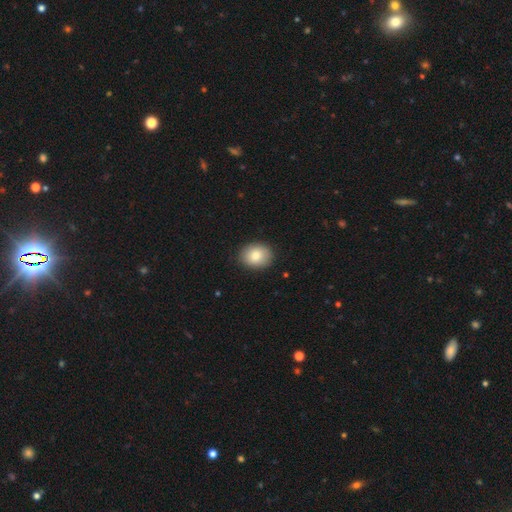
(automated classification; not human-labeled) This is clearly a smooth galaxy (83%). How rounded: possibly round (50%, tied with in between). Merging: clearly none (89%).